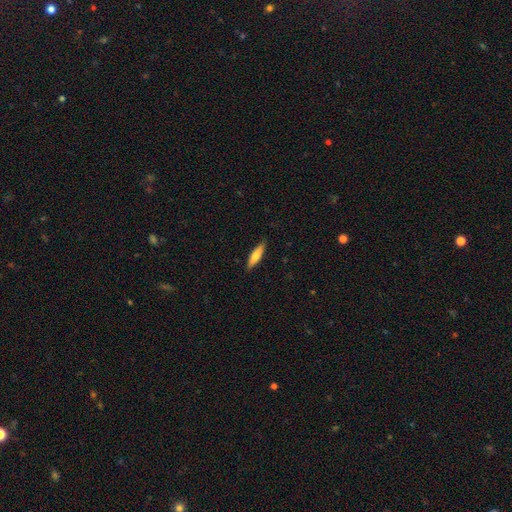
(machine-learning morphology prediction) Smooth or featured: smooth — 67% (featured or disk — 28%)
How rounded: cigar-shaped — 74% (in between — 24%)
Merging: none — 87% (minor disturbance — 10%)